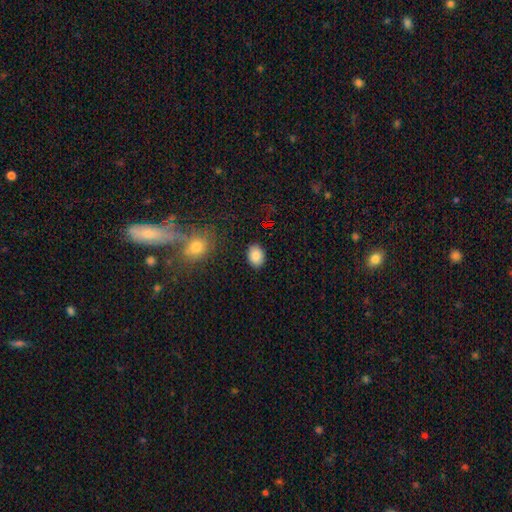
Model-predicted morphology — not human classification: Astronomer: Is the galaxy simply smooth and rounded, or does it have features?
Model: smooth — 86%.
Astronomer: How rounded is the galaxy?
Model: in between — 71%.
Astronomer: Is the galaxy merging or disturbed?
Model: none — 87%.